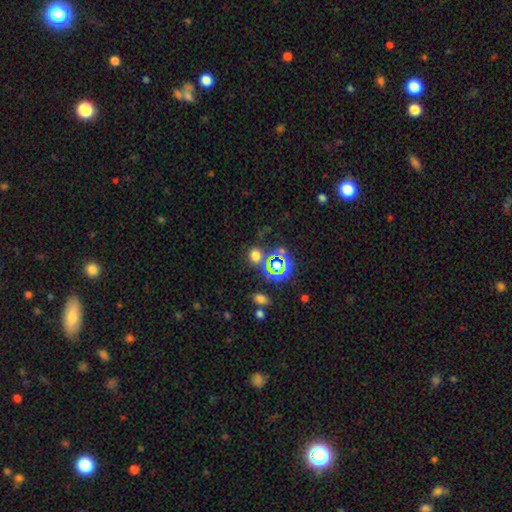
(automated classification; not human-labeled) A smooth galaxy with no disk features (60%) that is round (71%). Merging: none (72%).